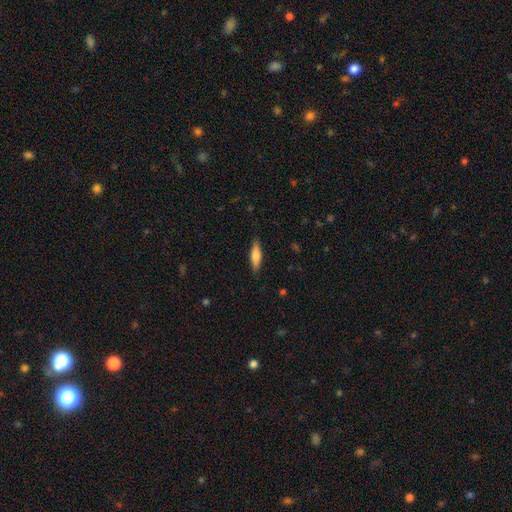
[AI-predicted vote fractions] A smooth galaxy with no disk features (69%) that is cigar-shaped (64%). Merging: none (87%).